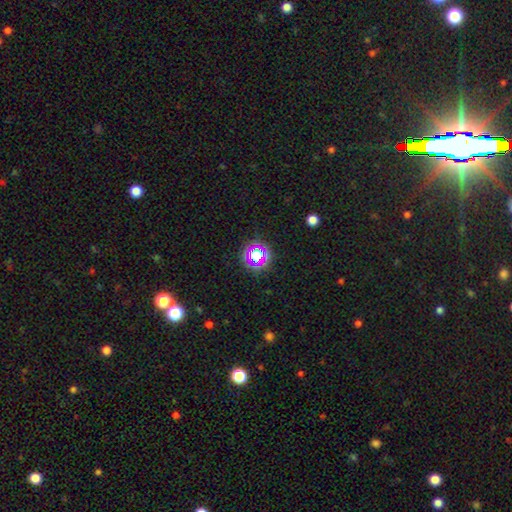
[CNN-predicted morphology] Smooth or featured? star or artifact (60%)